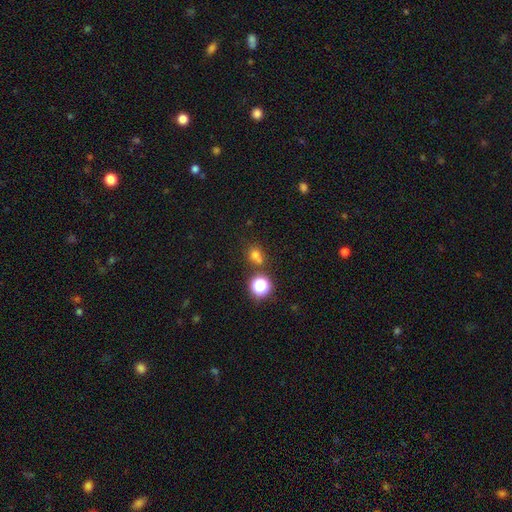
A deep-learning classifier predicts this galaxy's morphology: Smooth or featured? smooth (69%)
How rounded? round (75%)
Merging? none (59%)